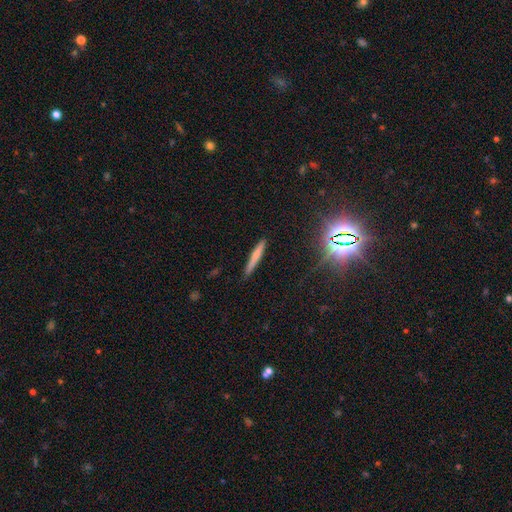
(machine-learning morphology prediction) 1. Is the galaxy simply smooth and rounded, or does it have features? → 63% smooth, 27% featured or disk, 10% star or artifact.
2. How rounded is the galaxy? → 95% cigar-shaped, 4% in between, 2% round.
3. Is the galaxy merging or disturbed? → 88% none, 9% minor disturbance, 2% major disturbance, 2% merger.